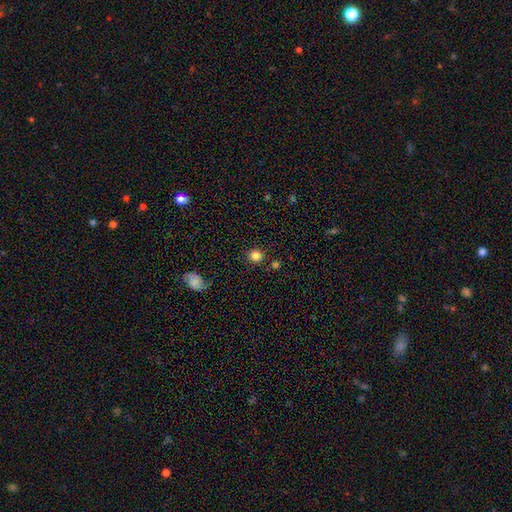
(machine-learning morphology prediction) This appears to be a smooth galaxy with no disk features (83%) that is round (88%). Merging: none (86%).